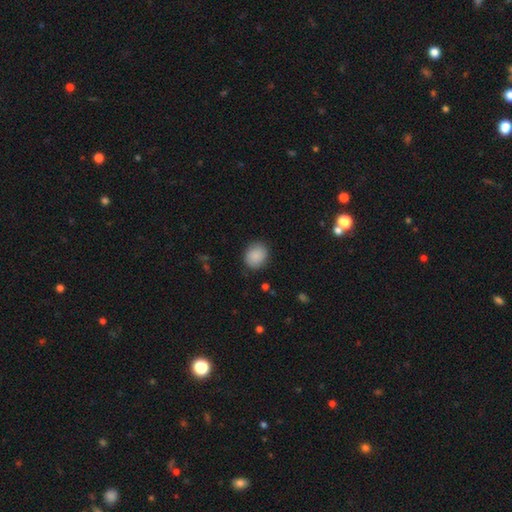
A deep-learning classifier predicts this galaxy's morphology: smooth-or-featured: smooth: 88% | star or artifact: 7% | featured or disk: 5%
  how-rounded: round: 68% | in between: 31% | cigar-shaped: 1%
  merging: none: 85% | minor disturbance: 11% | major disturbance: 3% | merger: 1%